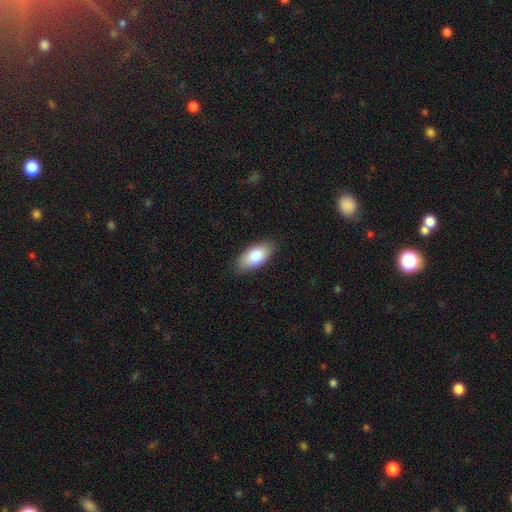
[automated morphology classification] Smooth or featured?
  - smooth: 82% *
  - featured or disk: 11%
  - star or artifact: 6%
How rounded?
  - in between: 91% *
  - cigar-shaped: 6%
  - round: 3%
Merging?
  - none: 86% *
  - minor disturbance: 11%
  - major disturbance: 2%
  - merger: 1%